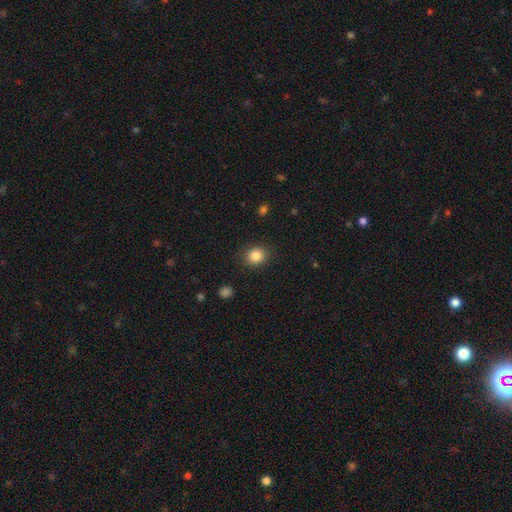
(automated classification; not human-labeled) This appears to be a smooth galaxy with no disk features (85%) that is round (73%). Merging: none (88%).